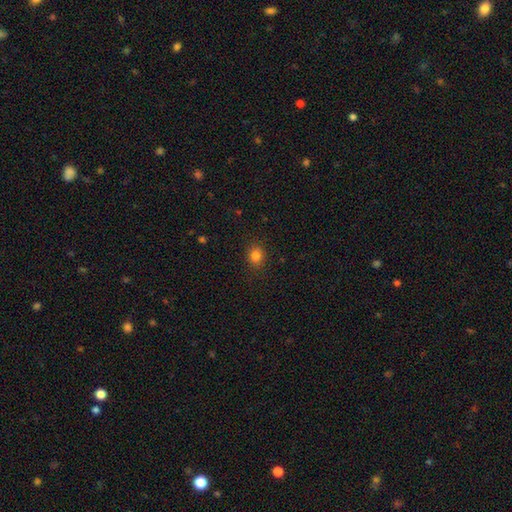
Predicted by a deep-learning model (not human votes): Smooth or featured? Predicted: smooth (p=0.83). How rounded? Predicted: round (p=0.69). Merging? Predicted: none (p=0.88).